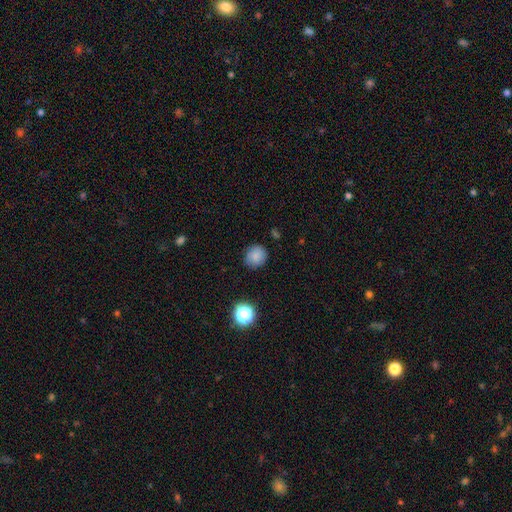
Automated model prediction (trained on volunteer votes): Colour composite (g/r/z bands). It shows a smooth galaxy with no disk features (83%) that is round (87%). Merging: none (85%).